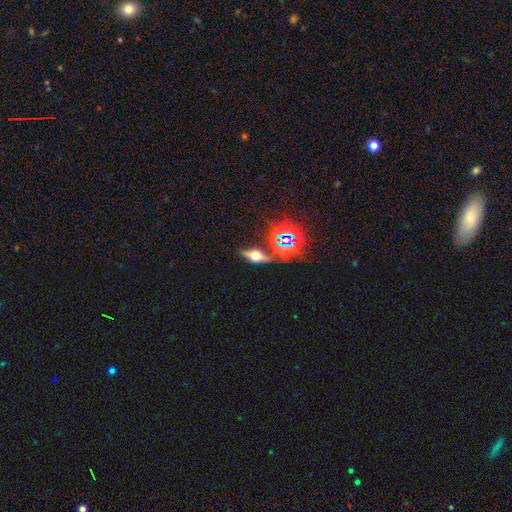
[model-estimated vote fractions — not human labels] Smooth or featured?
  - featured or disk: 42% *
  - smooth: 32%
  - star or artifact: 26%
Merging?
  - none: 70% *
  - minor disturbance: 15%
  - merger: 8%
  - major disturbance: 6%